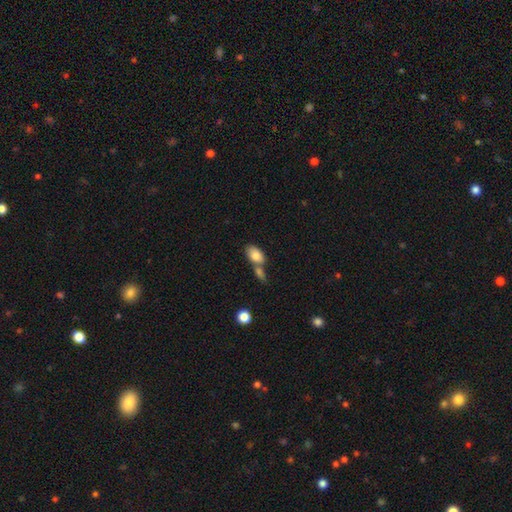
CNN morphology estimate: Smooth or featured: smooth — 82% (featured or disk — 11%)
How rounded: in between — 91% (round — 7%)
Merging: merger — 45% (none — 40%)